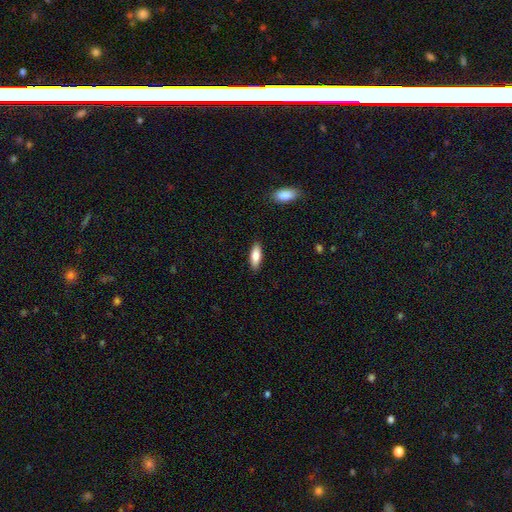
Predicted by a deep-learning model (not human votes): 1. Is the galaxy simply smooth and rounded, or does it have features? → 79% smooth, 15% featured or disk, 6% star or artifact.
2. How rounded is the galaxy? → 65% in between, 34% cigar-shaped, 2% round.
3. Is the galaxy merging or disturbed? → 89% none, 8% minor disturbance, 2% major disturbance, 1% merger.